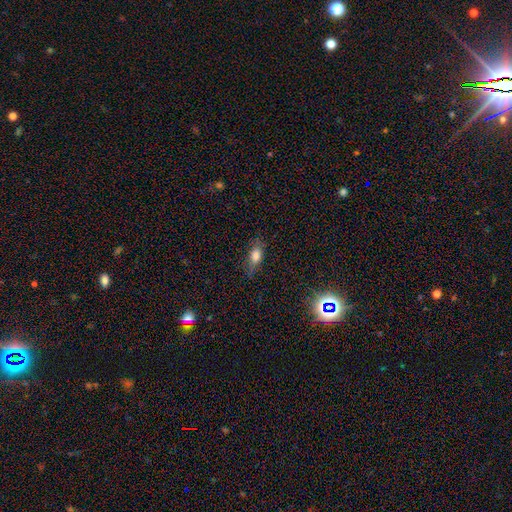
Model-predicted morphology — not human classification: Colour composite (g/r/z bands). It shows a smooth galaxy with no disk features (74%) that is in between round and cigar-shaped (77%). Merging: none (71%).